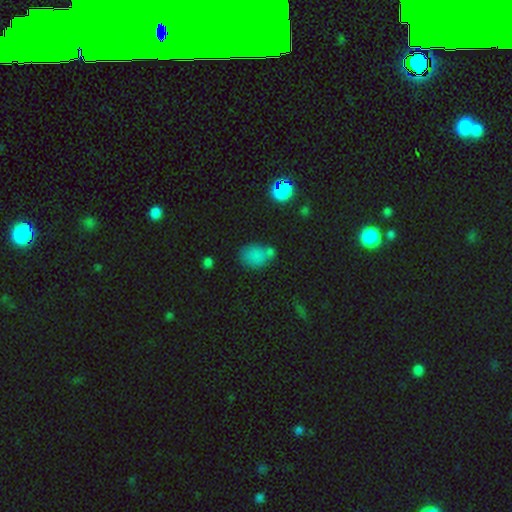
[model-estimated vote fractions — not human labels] Q: Smooth or featured?
A: smooth (78%); runner-up: star or artifact (14%)
Q: How rounded?
A: in between (58%); runner-up: round (41%)
Q: Merging?
A: none (52%); runner-up: merger (22%)